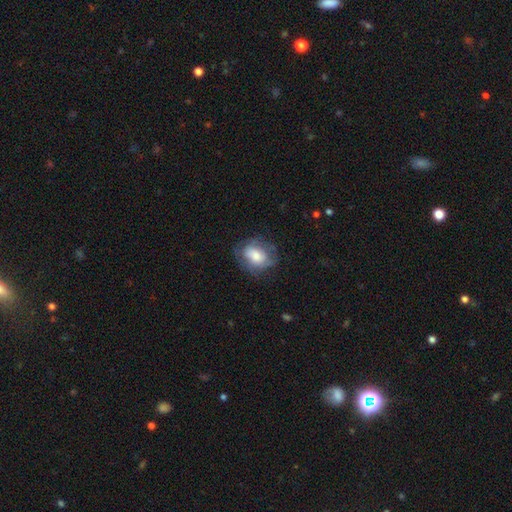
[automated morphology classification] Smooth or featured: smooth — 58% (featured or disk — 34%)
How rounded: in between — 58% (round — 41%)
Merging: none — 59% (minor disturbance — 25%)